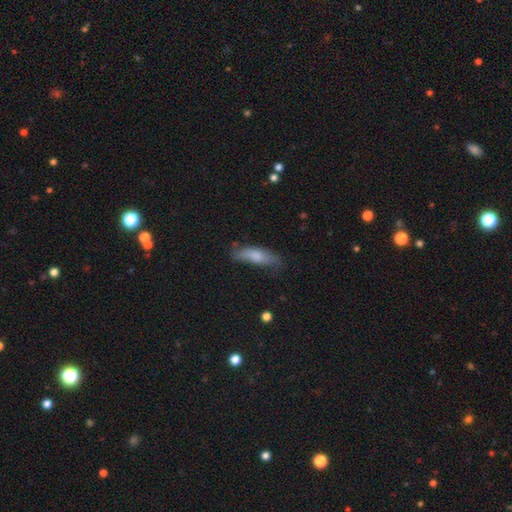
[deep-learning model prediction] This appears to be a smooth galaxy with no disk features (75%) that is in between round and cigar-shaped (52%). Merging: none (58%).